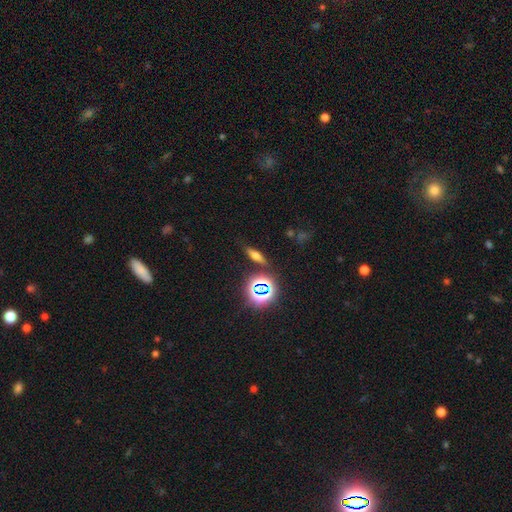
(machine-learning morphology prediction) Smooth or featured?
  - smooth: 45% *
  - featured or disk: 32%
  - star or artifact: 24%
Merging?
  - none: 85% *
  - minor disturbance: 9%
  - merger: 3%
  - major disturbance: 3%